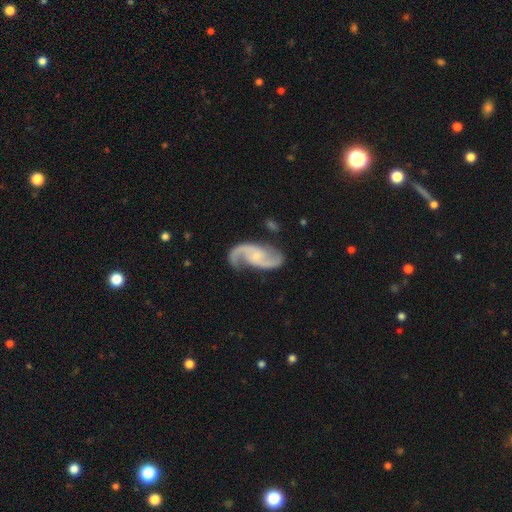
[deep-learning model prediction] smooth-or-featured: featured or disk: 91% | smooth: 5% | star or artifact: 4%
  disk-edge-on: no: 98% | yes: 2%
    bar: no: 57% | weak: 34% | strong: 10%
    has-spiral-arms: yes: 98% | no: 2%
      spiral-winding: medium: 46% | loose: 43% | tight: 12%
      spiral-arm-count: 2: 93% | 1: 2% | can't tell: 2% | 3: 1% | 4: 1% | more than 4: 1%
    bulge-size: small: 72% | moderate: 19% | none: 6% | large: 1% | dominant: 1%
  merging: none: 74% | minor disturbance: 16% | major disturbance: 7% | merger: 2%